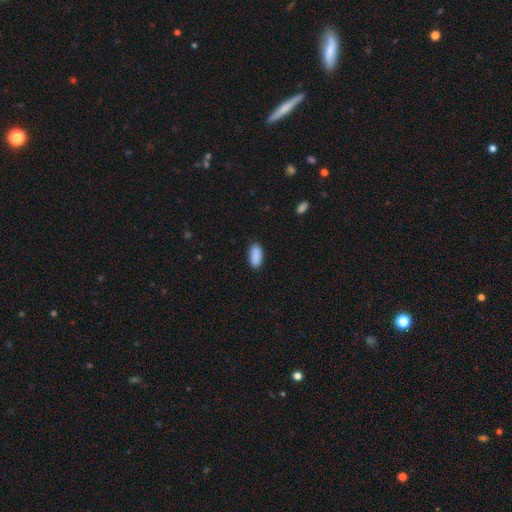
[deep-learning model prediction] smooth_or_featured: smooth (p=0.90) [alt: star or artifact p=0.07]
how_rounded: in between (p=0.89) [alt: cigar-shaped p=0.09]
merging: none (p=0.87) [alt: minor disturbance p=0.10]